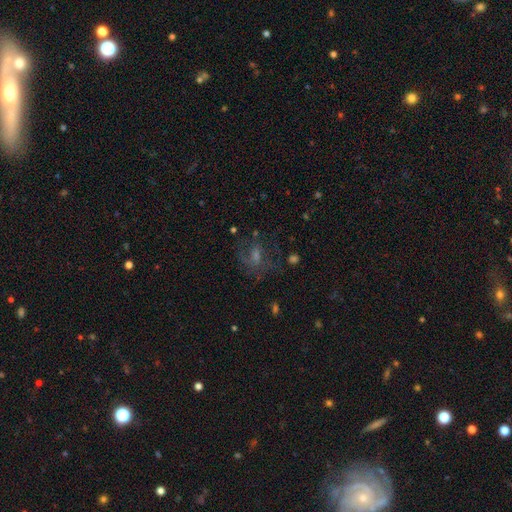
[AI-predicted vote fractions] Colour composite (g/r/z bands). It shows a featured or disk galaxy (47%). Merging: none (56%).